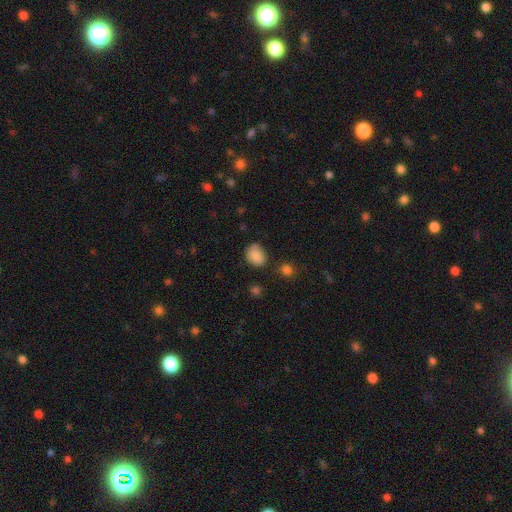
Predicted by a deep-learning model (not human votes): Smooth or featured?
  - smooth: 85% *
  - star or artifact: 10%
  - featured or disk: 5%
How rounded?
  - in between: 56% *
  - round: 44%
  - cigar-shaped: 1%
Merging?
  - none: 62% *
  - minor disturbance: 28%
  - major disturbance: 6%
  - merger: 4%